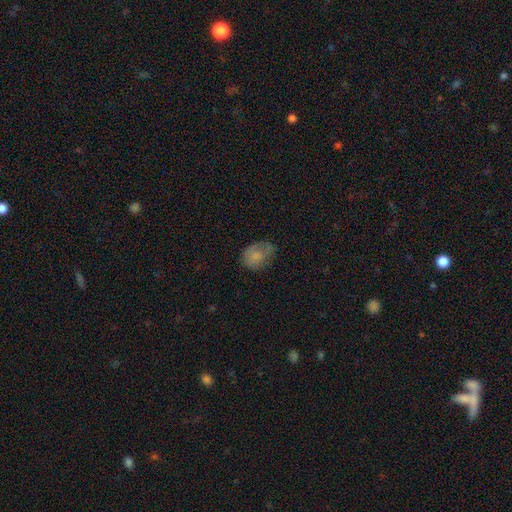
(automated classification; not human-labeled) Morphology: type=smooth (72%); roundness=in between (67%); merging=none (50%).